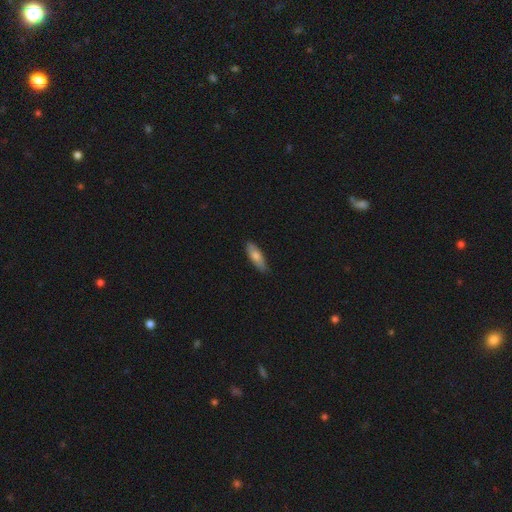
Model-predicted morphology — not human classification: The model was most divided on "how rounded": in between: 51%, cigar-shaped: 47%, round: 2%. More confident: merging — none (85%); smooth or featured — smooth (72%).